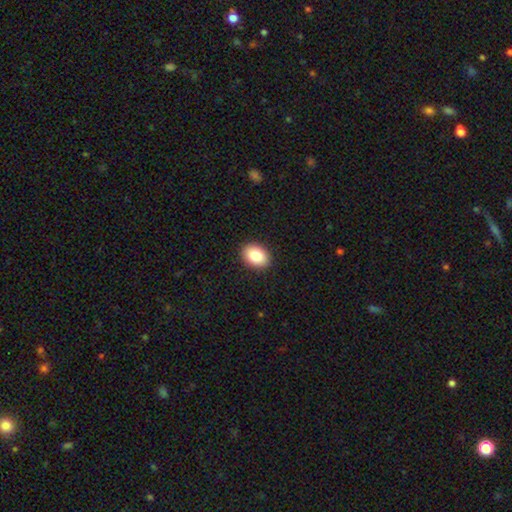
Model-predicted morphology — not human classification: A smooth galaxy with no disk features (84%) that is in between round and cigar-shaped (74%).

Vote fractions:
- Smooth or featured? smooth: 84% / star or artifact: 8% / featured or disk: 7%
- How rounded? in between: 74% / round: 25% / cigar-shaped: 1%
- Merging? none: 91% / minor disturbance: 7% / major disturbance: 2% / merger: 1%